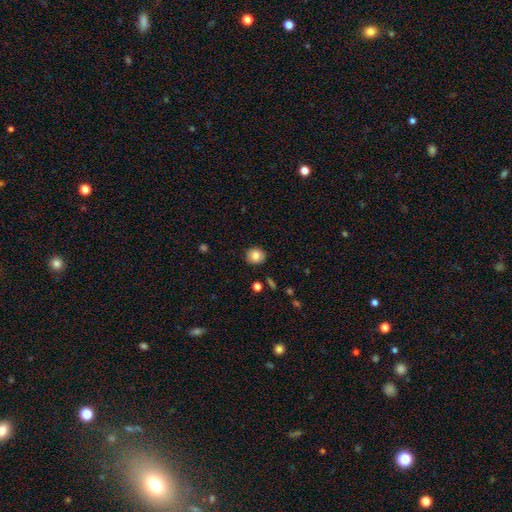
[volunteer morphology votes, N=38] A smooth galaxy with no disk features (92%) that is round (91%).

Vote fractions:
- Smooth or featured? smooth: 92% / star or artifact: 8% / featured or disk: 0%
- How rounded? round: 91% / in between: 9% / cigar-shaped: 0%
- Merging? none: 89% / minor disturbance: 11% / major disturbance: 0% / merger: 0%